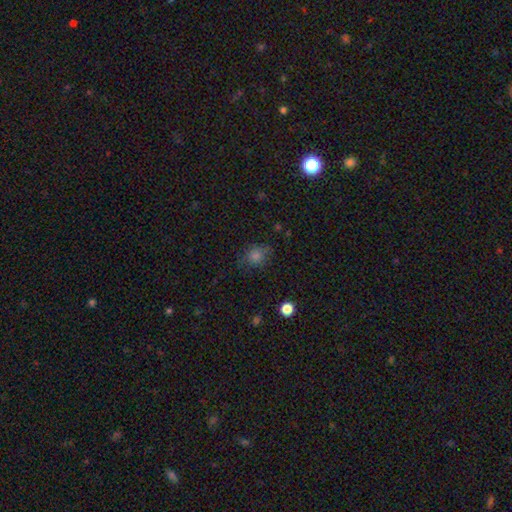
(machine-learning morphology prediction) A smooth galaxy with no disk features (74%) that is round (67%). Merging: none (73%).